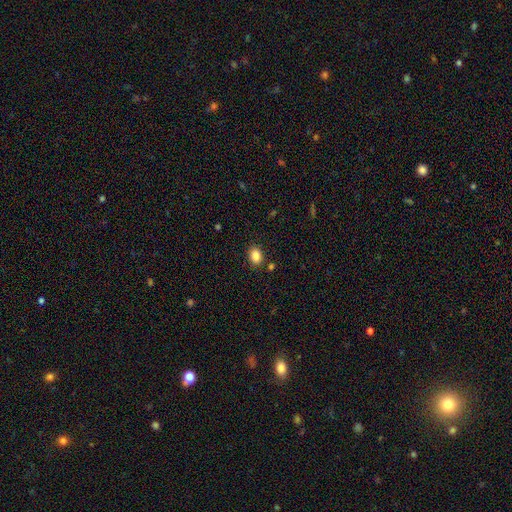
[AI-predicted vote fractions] A smooth galaxy with no disk features (86%) that is in between round and cigar-shaped (72%).

Vote fractions:
- Smooth or featured? smooth: 86% / star or artifact: 10% / featured or disk: 4%
- How rounded? in between: 72% / round: 27% / cigar-shaped: 1%
- Merging? none: 85% / minor disturbance: 9% / merger: 3% / major disturbance: 2%